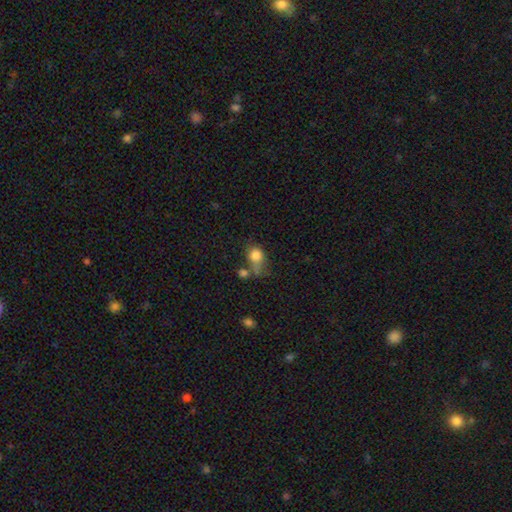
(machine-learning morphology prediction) A smooth galaxy with no disk features (80%) that is round (62%).

Vote fractions:
- Smooth or featured? smooth: 80% / star or artifact: 10% / featured or disk: 10%
- How rounded? round: 62% / in between: 36% / cigar-shaped: 2%
- Merging? none: 34% / merger: 26% / minor disturbance: 21% / major disturbance: 19%